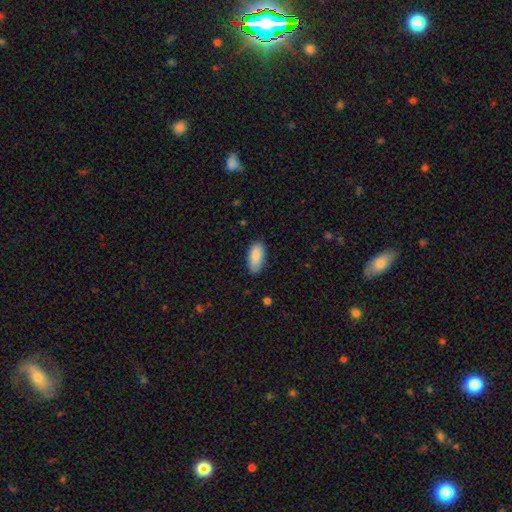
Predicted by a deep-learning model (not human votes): Smooth or featured?
  - smooth: 88% *
  - featured or disk: 6%
  - star or artifact: 6%
How rounded?
  - in between: 91% *
  - cigar-shaped: 7%
  - round: 2%
Merging?
  - none: 83% *
  - minor disturbance: 14%
  - major disturbance: 2%
  - merger: 1%